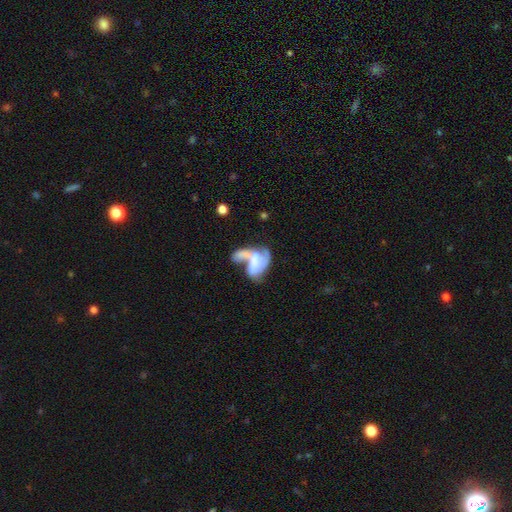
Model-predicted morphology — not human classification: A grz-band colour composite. It shows a featured or disk galaxy (54%) with no bar (56%), spiral arms (52%) and no central bulge (34%). Merging: merger (59%).